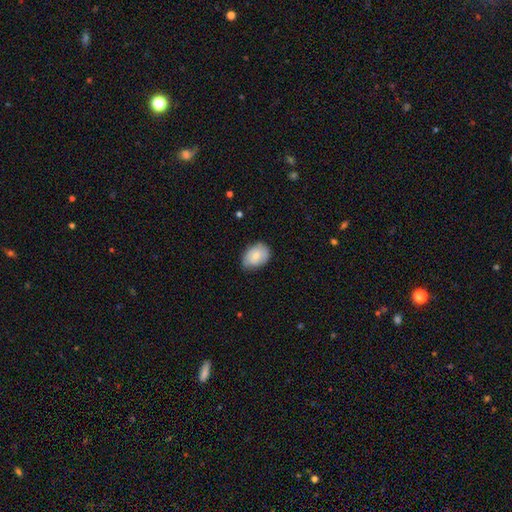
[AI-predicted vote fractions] This appears to be a smooth galaxy with no disk features (70%) that is in between round and cigar-shaped (73%). Merging: none (68%).